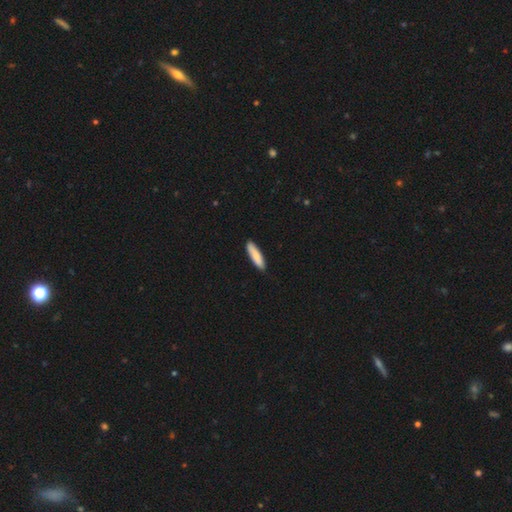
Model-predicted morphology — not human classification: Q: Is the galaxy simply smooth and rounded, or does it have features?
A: smooth — 85%.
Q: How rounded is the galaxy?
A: cigar-shaped — 73%.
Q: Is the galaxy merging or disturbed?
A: none — 87%.